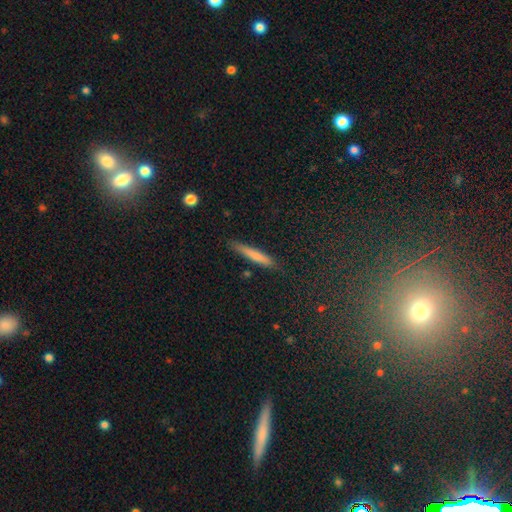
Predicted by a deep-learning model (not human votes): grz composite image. It shows a smooth galaxy with no disk features (69%) that is cigar-shaped (93%). Merging: none (84%).